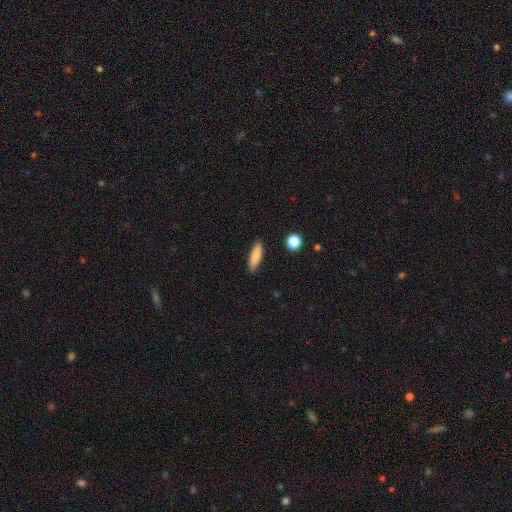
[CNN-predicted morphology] type=smooth (85%); roundness=cigar-shaped (65%); merging=none (88%).